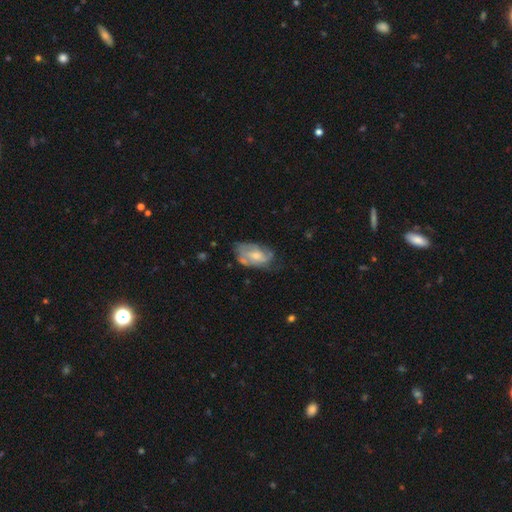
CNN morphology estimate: smooth_or_featured: featured or disk (p=0.62) [alt: smooth p=0.31]
disk_edge_on: no (p=0.96) [alt: yes p=0.04]
bar: no (p=0.56) [alt: weak p=0.37]
has_spiral_arms: yes (p=0.79) [alt: no p=0.21]
bulge_size: moderate (p=0.46) [alt: small p=0.41]
merging: none (p=0.53) [alt: minor disturbance p=0.29]